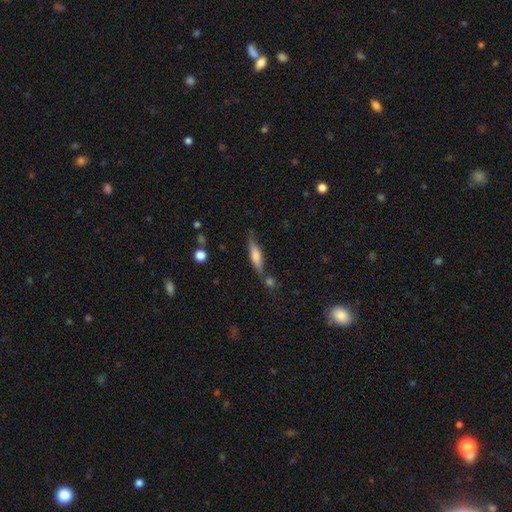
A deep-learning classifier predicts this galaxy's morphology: smooth 55%, featured or disk 38%, star or artifact 7%. Down the decision tree: how rounded — cigar-shaped (69%); merging — none (63%).